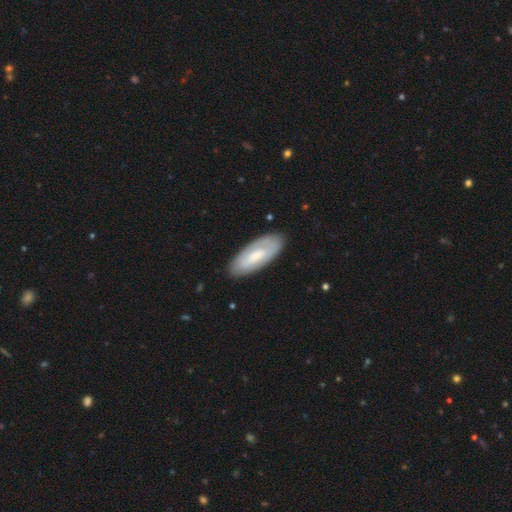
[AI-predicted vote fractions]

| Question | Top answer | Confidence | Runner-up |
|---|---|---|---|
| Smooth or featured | smooth | 52% | featured or disk (42%) |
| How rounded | in between | 79% | cigar-shaped (19%) |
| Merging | none | 82% | minor disturbance (14%) |